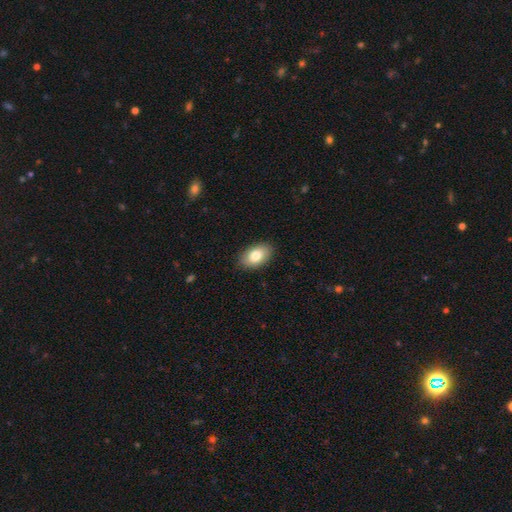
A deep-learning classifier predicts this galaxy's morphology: Smooth or featured: smooth — 82% (featured or disk — 12%)
How rounded: in between — 92% (round — 7%)
Merging: none — 86% (minor disturbance — 10%)